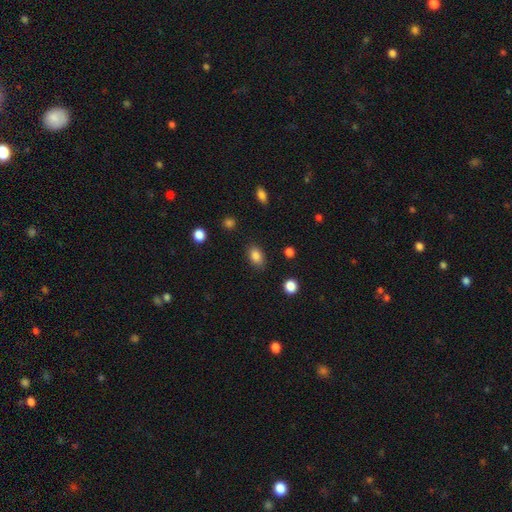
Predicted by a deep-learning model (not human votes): A smooth galaxy with no disk features (85%) that is in between round and cigar-shaped (83%).

Vote fractions:
- Smooth or featured? smooth: 85% / star or artifact: 9% / featured or disk: 6%
- How rounded? in between: 83% / round: 16% / cigar-shaped: 2%
- Merging? none: 81% / minor disturbance: 13% / major disturbance: 3% / merger: 2%